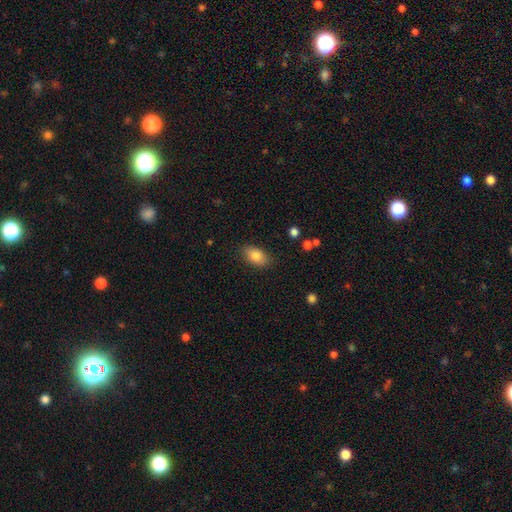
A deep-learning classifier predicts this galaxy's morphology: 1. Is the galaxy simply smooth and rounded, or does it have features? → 84% smooth, 8% featured or disk, 8% star or artifact.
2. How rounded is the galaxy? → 91% in between, 7% round, 3% cigar-shaped.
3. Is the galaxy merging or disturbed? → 85% none, 11% minor disturbance, 3% major disturbance, 1% merger.